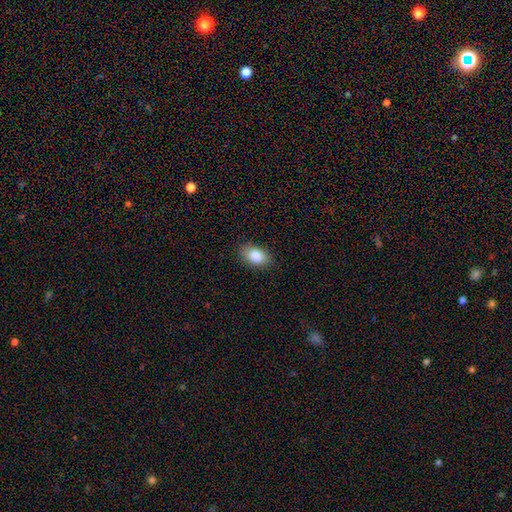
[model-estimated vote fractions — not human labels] Smooth or featured?
  - smooth: 86% *
  - star or artifact: 7%
  - featured or disk: 7%
How rounded?
  - in between: 90% *
  - round: 8%
  - cigar-shaped: 2%
Merging?
  - none: 87% *
  - minor disturbance: 10%
  - major disturbance: 2%
  - merger: 1%